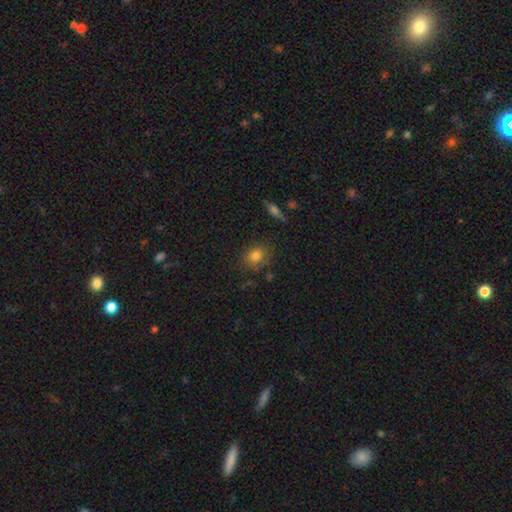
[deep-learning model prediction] smooth-or-featured: smooth: 80% | star or artifact: 11% | featured or disk: 9%
  how-rounded: round: 51% | in between: 47% | cigar-shaped: 2%
  merging: none: 76% | minor disturbance: 16% | major disturbance: 5% | merger: 3%